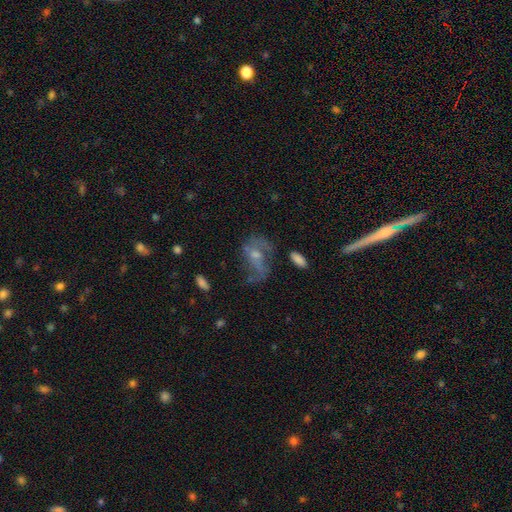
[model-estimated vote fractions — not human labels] This is possibly a featured or disk galaxy (56%). It is clearly not viewed edge-on (94%). Bar: possibly no (59%). Spiral arm pattern: possibly yes (54%). Central bulge: possibly small (46%). Merging: marginally none (39%).